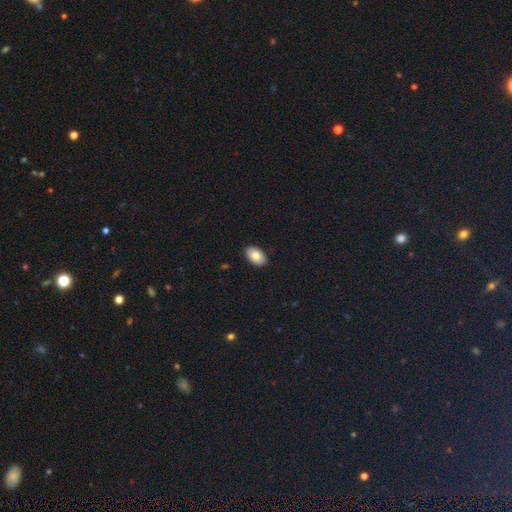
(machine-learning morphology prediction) smooth 78%, featured or disk 15%, star or artifact 7%. Down the decision tree: how rounded — in between (91%); merging — none (90%).